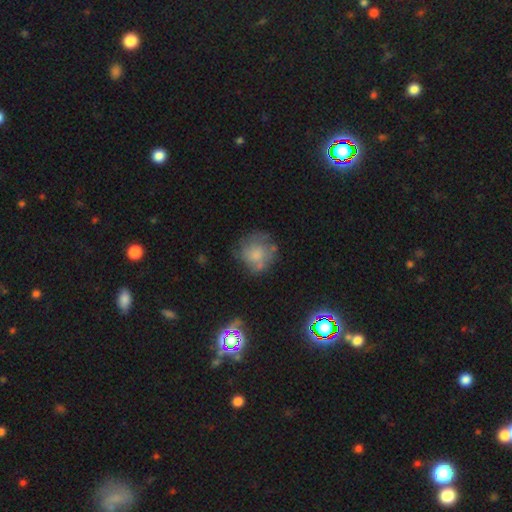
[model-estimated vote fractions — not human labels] smooth 48%, featured or disk 34%, star or artifact 19%. Down the decision tree: merging — none (65%).